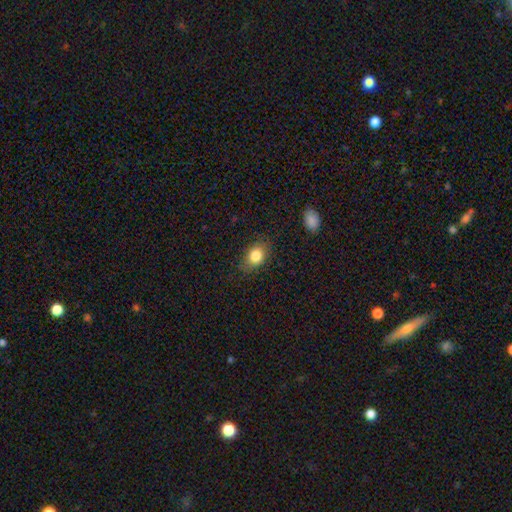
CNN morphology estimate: This is clearly a smooth galaxy (83%). How rounded: likely in between (67%). Merging: likely none (79%).